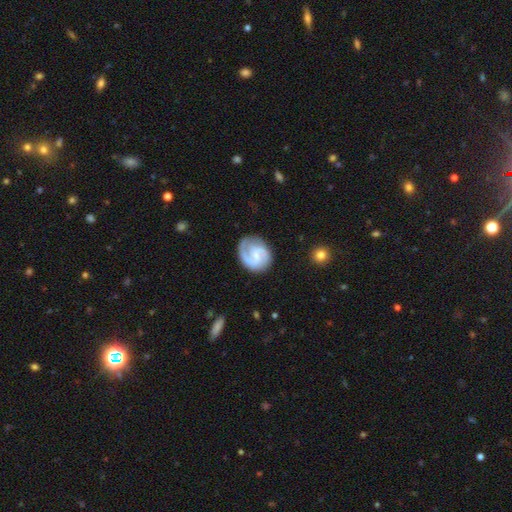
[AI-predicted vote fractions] A featured or disk galaxy (83%) with a weak bar (51%), 2 (84%) medium (51%) spiral arms (97%) and a small central bulge (58%). Merging: none (76%).